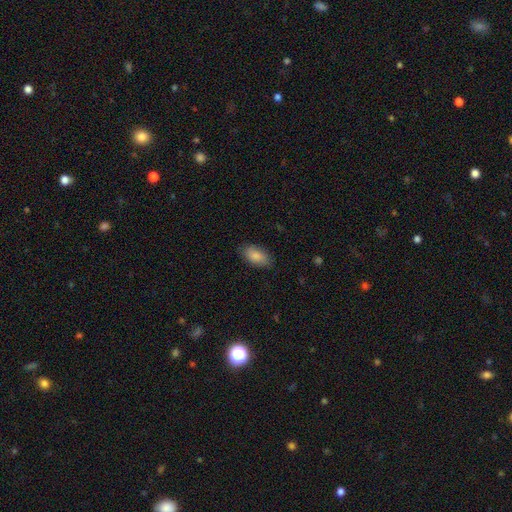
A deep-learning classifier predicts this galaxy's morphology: smooth 86%, featured or disk 8%, star or artifact 6%. Down the decision tree: how rounded — in between (93%); merging — none (85%).